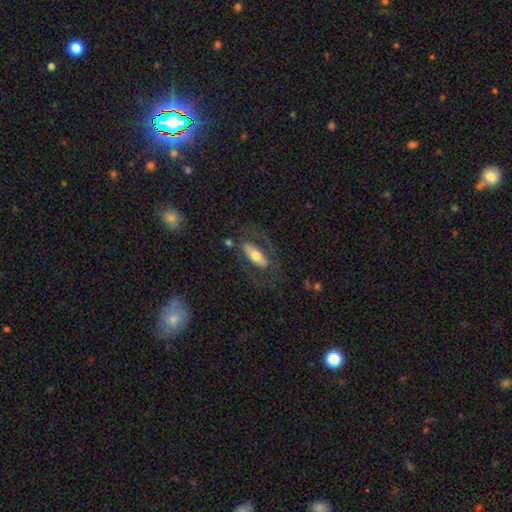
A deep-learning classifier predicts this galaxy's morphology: Smooth or featured: featured or disk — 49% (smooth — 44%)
Merging: none — 60% (major disturbance — 19%)